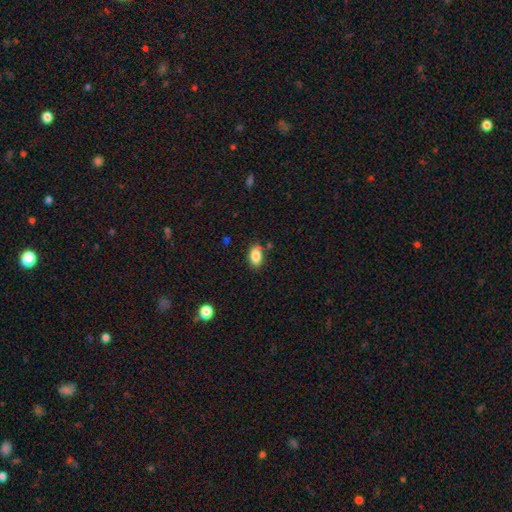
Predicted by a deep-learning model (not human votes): smooth-or-featured: smooth: 85% | star or artifact: 8% | featured or disk: 6%
  how-rounded: in between: 89% | round: 8% | cigar-shaped: 2%
  merging: none: 77% | minor disturbance: 15% | merger: 4% | major disturbance: 3%